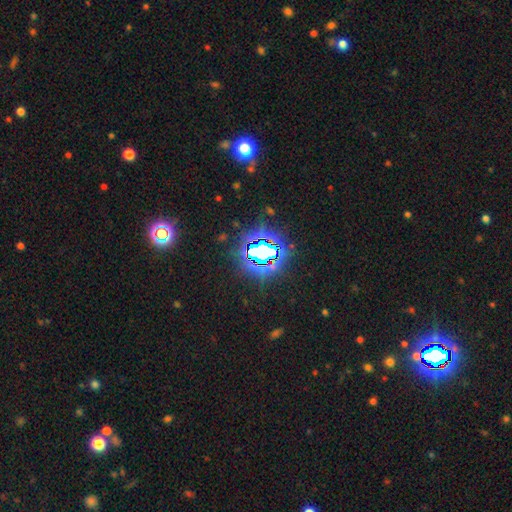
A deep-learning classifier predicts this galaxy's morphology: star or artifact 75%, smooth 14%, featured or disk 10%.